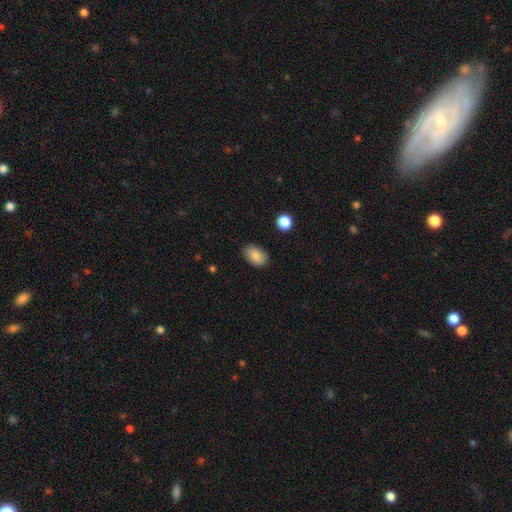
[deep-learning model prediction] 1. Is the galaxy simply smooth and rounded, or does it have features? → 85% smooth, 8% featured or disk, 7% star or artifact.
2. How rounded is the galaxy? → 90% in between, 9% round, 1% cigar-shaped.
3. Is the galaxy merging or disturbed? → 85% none, 11% minor disturbance, 2% major disturbance, 1% merger.